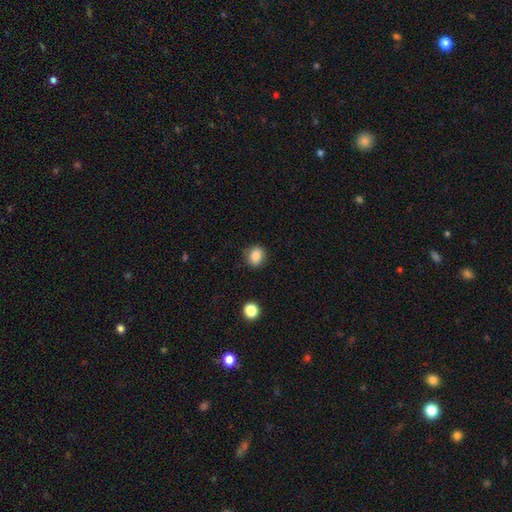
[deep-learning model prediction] Smooth or featured: smooth — 86% (star or artifact — 10%)
How rounded: round — 58% (in between — 41%)
Merging: none — 83% (minor disturbance — 13%)